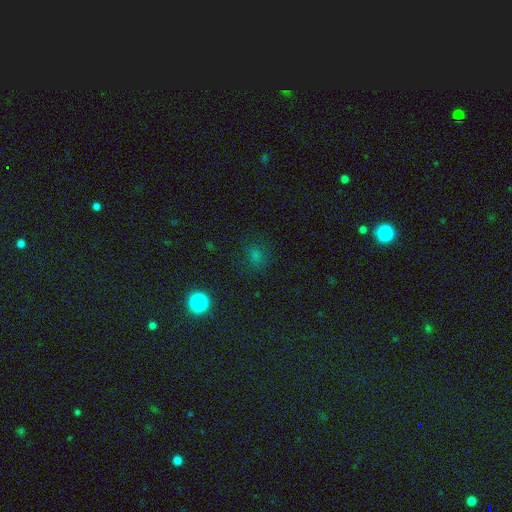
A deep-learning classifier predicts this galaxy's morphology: A smooth galaxy with no disk features (63%) that is round (73%). Merging: none (77%).